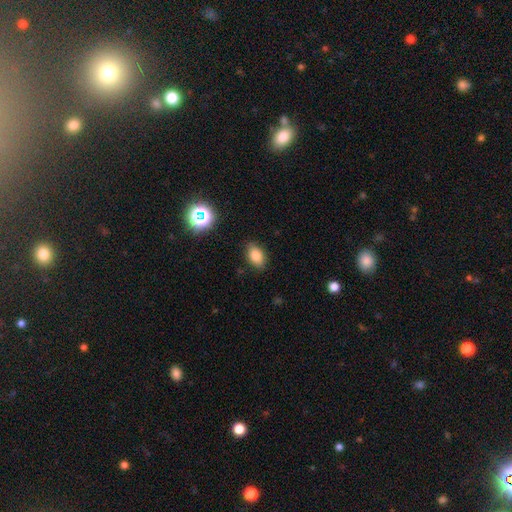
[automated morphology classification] Smooth or featured? Predicted: smooth (p=0.81). How rounded? Predicted: in between (p=0.87). Merging? Predicted: none (p=0.86).